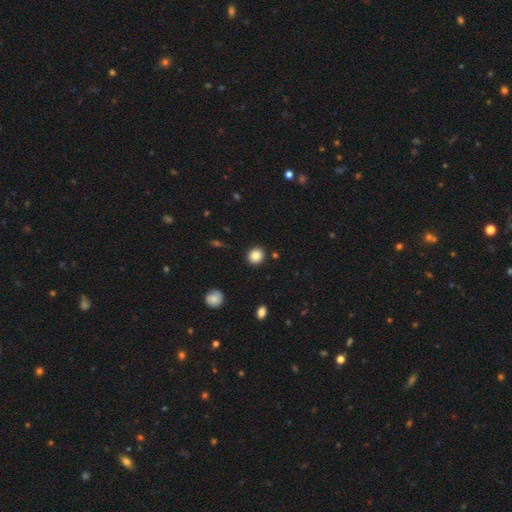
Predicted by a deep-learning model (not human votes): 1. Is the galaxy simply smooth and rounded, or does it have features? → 85% smooth, 10% star or artifact, 5% featured or disk.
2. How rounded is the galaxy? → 88% round, 11% in between, 1% cigar-shaped.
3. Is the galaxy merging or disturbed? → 91% none, 6% minor disturbance, 2% major disturbance, 2% merger.